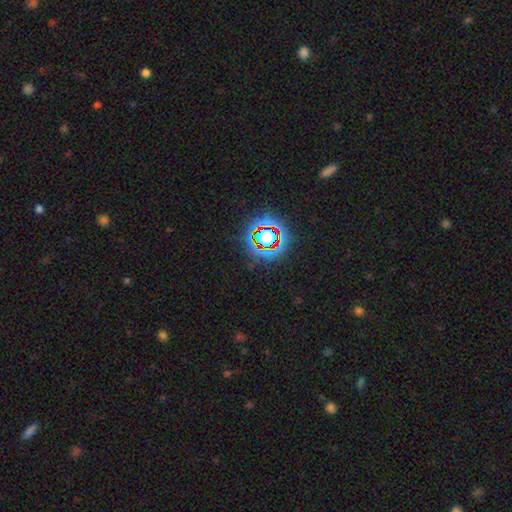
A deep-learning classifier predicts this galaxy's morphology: Smooth or featured? star or artifact (78%)